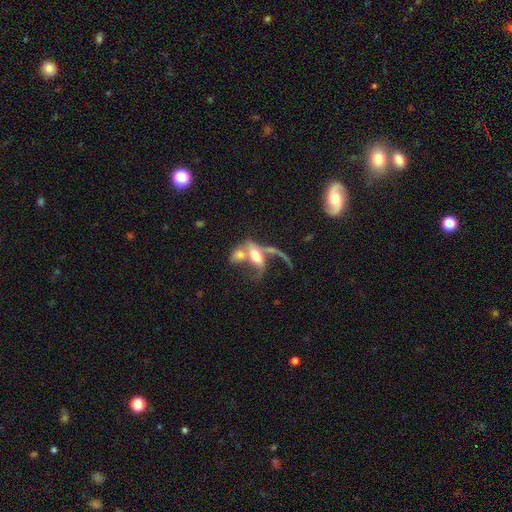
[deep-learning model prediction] This appears to be a featured or disk galaxy (50%). Merging: merger (62%).